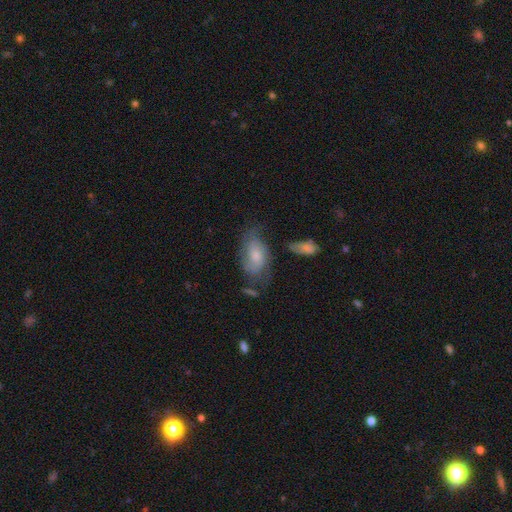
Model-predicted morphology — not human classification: Smooth or featured? Predicted: featured or disk (p=0.50). Merging? Predicted: none (p=0.48).